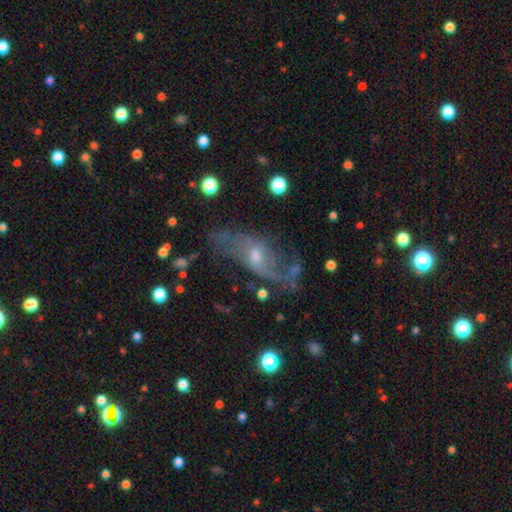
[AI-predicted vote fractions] This appears to be a featured or disk galaxy (67%) with no bar (62%), spiral arms (75%) and a small central bulge (48%). Merging: none (54%).